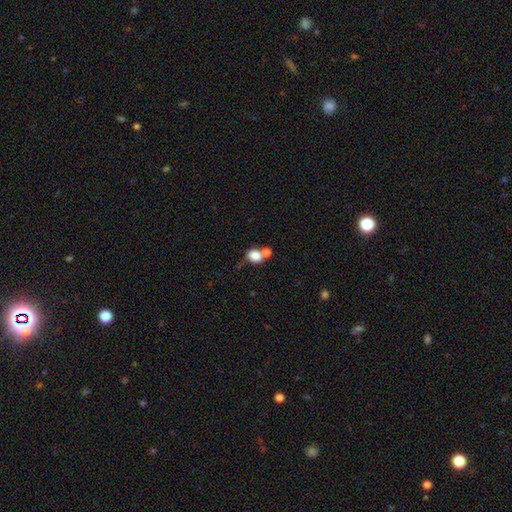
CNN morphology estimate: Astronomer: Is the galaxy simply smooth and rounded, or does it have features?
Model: smooth — 81%.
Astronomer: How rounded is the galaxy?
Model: round — 61% (runner-up: in between, 38%).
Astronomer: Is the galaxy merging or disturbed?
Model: merger — 41% (runner-up: none, 39%).